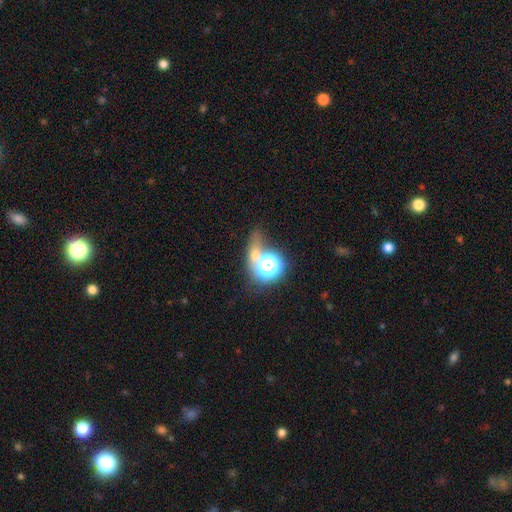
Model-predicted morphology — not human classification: A smooth galaxy with no disk features (48%). Merging: none (54%).